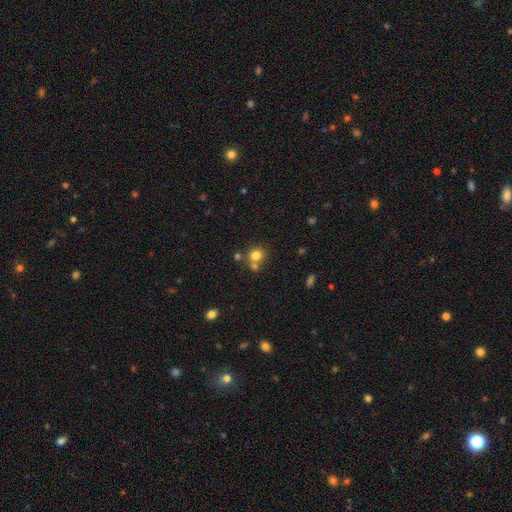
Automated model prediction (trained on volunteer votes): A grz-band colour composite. It shows a smooth galaxy with no disk features (78%) that is round (85%). Merging: none (59%).